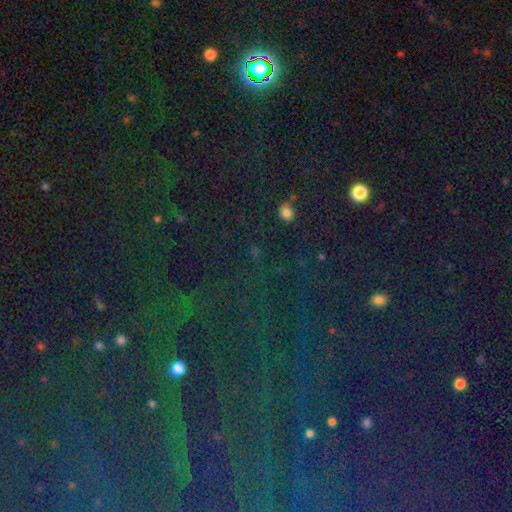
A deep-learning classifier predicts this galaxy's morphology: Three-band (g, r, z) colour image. It shows a star or artifact, not a galaxy (79%).